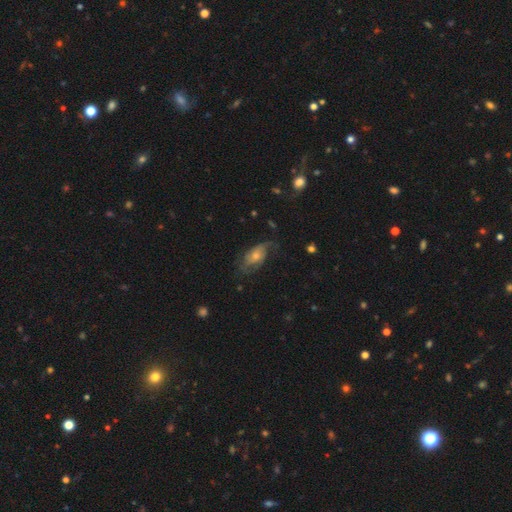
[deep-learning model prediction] Morphology: type=featured or disk (53%); edge-on=no (90%); merging=none (47%).